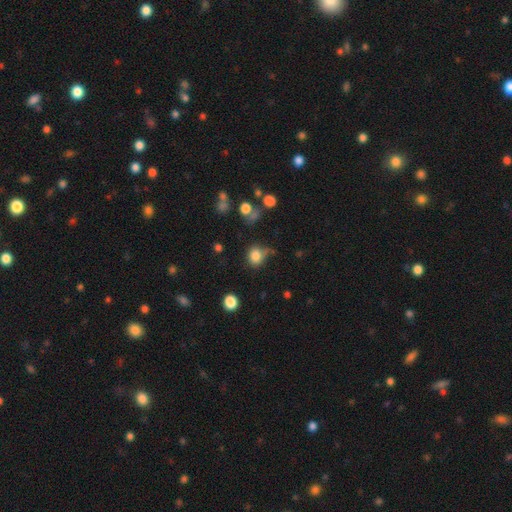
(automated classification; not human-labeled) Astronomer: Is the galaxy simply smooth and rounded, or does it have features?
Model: smooth — 81%.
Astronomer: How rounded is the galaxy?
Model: round — 71%.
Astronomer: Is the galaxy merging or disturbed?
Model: none — 59%.